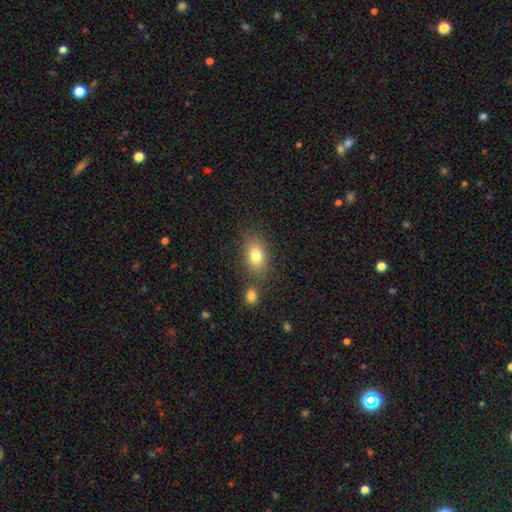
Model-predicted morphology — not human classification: smooth_or_featured: smooth (p=0.80) [alt: featured or disk p=0.10]
how_rounded: in between (p=0.81) [alt: round p=0.17]
merging: none (p=0.73) [alt: minor disturbance p=0.12]